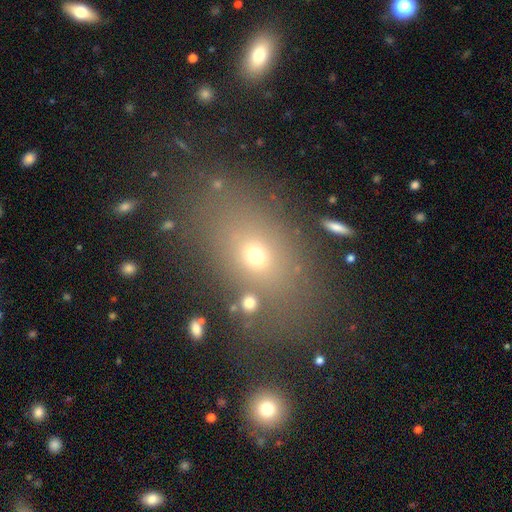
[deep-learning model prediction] Q: Smooth or featured?
A: smooth (61%); runner-up: star or artifact (22%)
Q: How rounded?
A: in between (71%); runner-up: round (25%)
Q: Merging?
A: none (77%); runner-up: minor disturbance (12%)